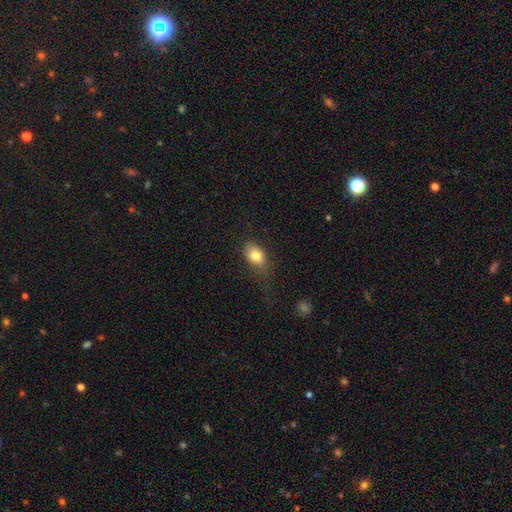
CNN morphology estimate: This appears to be a smooth galaxy with no disk features (81%) that is in between round and cigar-shaped (79%). Merging: none (54%).